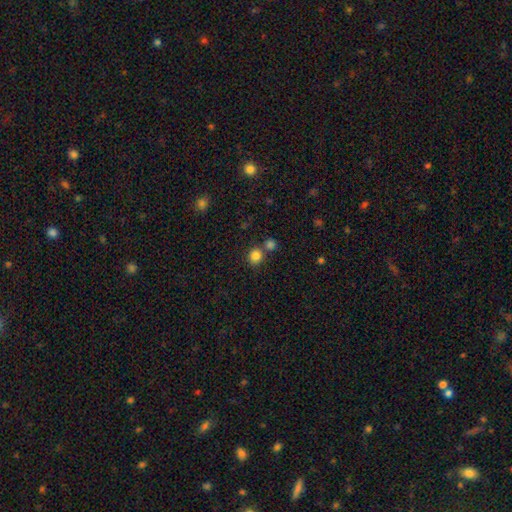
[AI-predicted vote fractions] Q: Smooth or featured?
A: smooth (83%); runner-up: star or artifact (12%)
Q: How rounded?
A: round (88%); runner-up: in between (11%)
Q: Merging?
A: none (68%); runner-up: merger (22%)